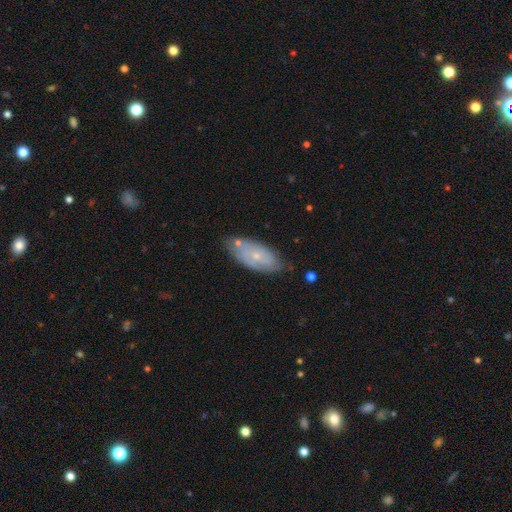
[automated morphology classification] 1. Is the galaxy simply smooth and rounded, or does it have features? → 51% featured or disk, 42% smooth, 7% star or artifact.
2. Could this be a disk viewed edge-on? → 88% no, 12% yes.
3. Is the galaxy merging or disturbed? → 61% none, 27% minor disturbance, 6% major disturbance, 6% merger.